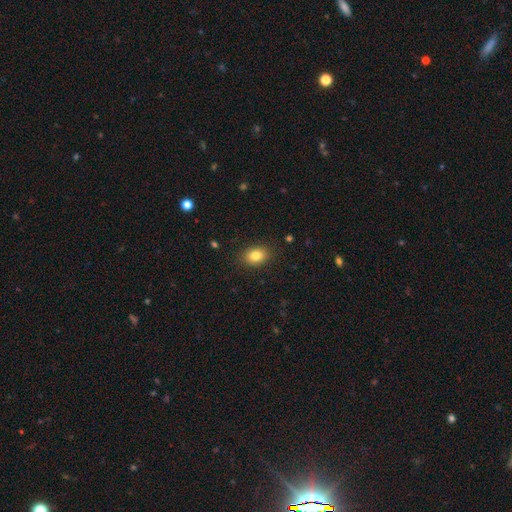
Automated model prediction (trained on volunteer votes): Q: Smooth or featured?
A: smooth (83%); runner-up: star or artifact (10%)
Q: How rounded?
A: in between (73%); runner-up: round (26%)
Q: Merging?
A: none (87%); runner-up: minor disturbance (9%)